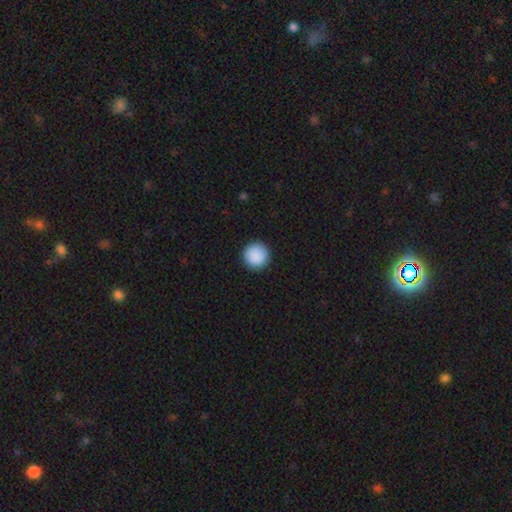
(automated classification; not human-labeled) The model was most divided on "smooth or featured": smooth: 90%, star or artifact: 7%, featured or disk: 2%. More confident: how rounded — round (96%); merging — none (93%).